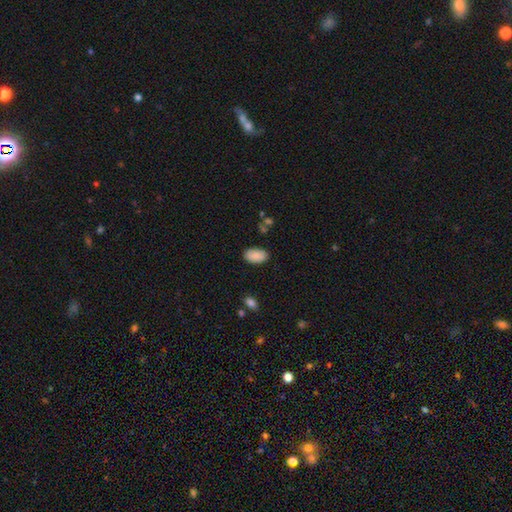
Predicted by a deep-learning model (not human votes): The model was most divided on "merging": none: 86%, minor disturbance: 10%, major disturbance: 3%, merger: 2%. More confident: how rounded — in between (95%); smooth or featured — smooth (89%).